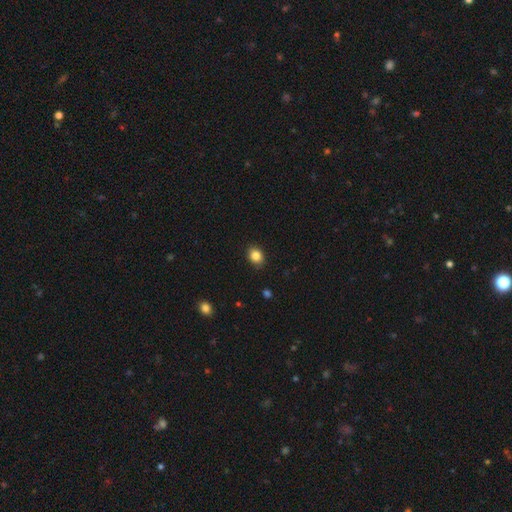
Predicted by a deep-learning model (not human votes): A smooth galaxy with no disk features (85%) that is round (52%). Merging: none (87%).